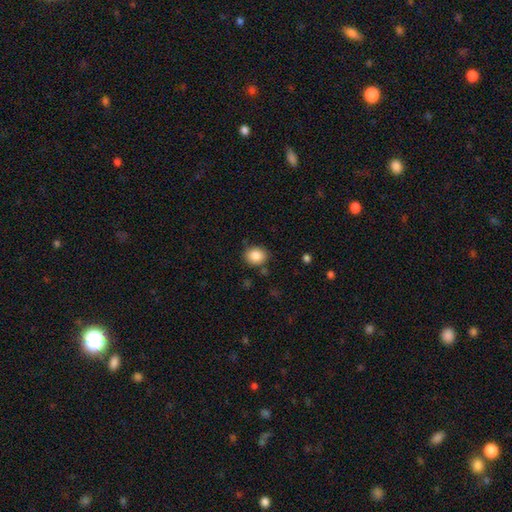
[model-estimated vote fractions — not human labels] Q: Smooth or featured?
A: smooth (87%); runner-up: star or artifact (9%)
Q: How rounded?
A: round (65%); runner-up: in between (34%)
Q: Merging?
A: none (83%); runner-up: minor disturbance (11%)